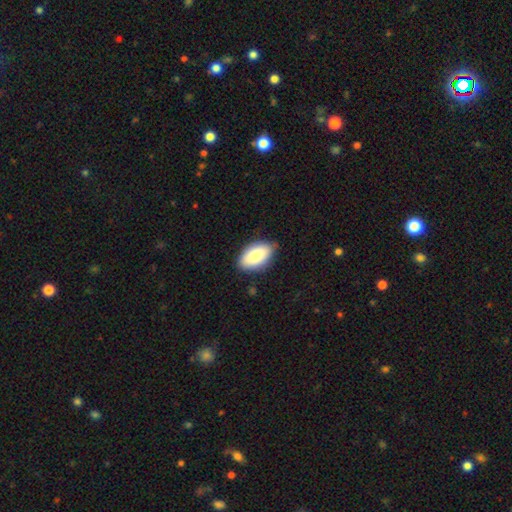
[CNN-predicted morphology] Smooth or featured? smooth (86%)
How rounded? in between (95%)
Merging? none (80%)